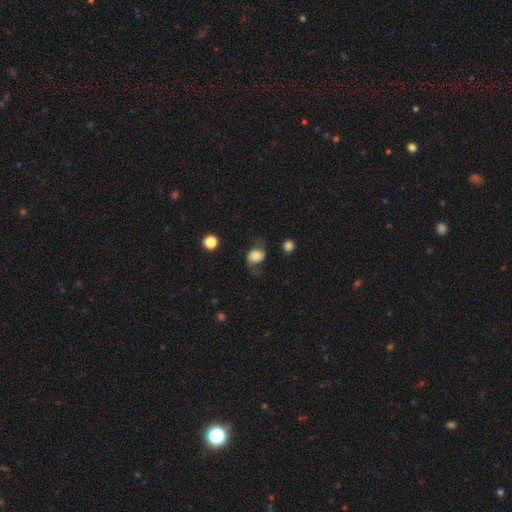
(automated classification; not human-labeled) Smooth or featured: smooth — 60% (featured or disk — 32%)
How rounded: in between — 50% (round — 49%)
Merging: none — 58% (minor disturbance — 23%)